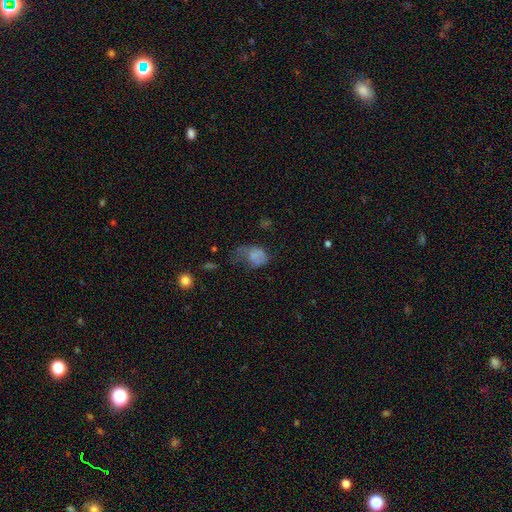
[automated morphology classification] This is likely a smooth galaxy (64%). How rounded: likely in between (64%). Merging: possibly major disturbance (47%).